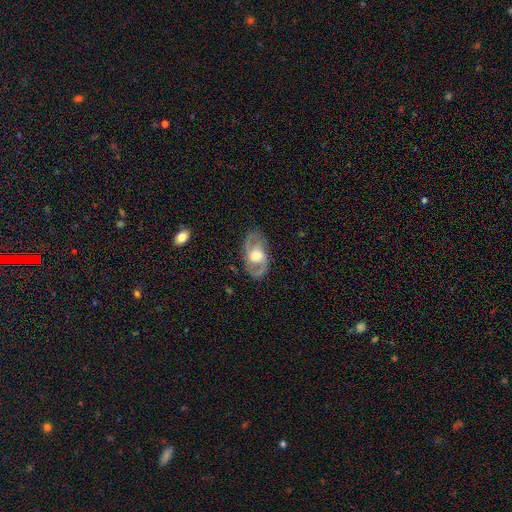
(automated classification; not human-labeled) featured or disk 78%, smooth 16%, star or artifact 6%. Down the decision tree: edge-on disk — no (94%); bar — no (58%); spiral arms — yes (86%); spiral arm count — 2 (88%); spiral winding — medium (54%); bulge size — moderate (61%); merging — none (80%).